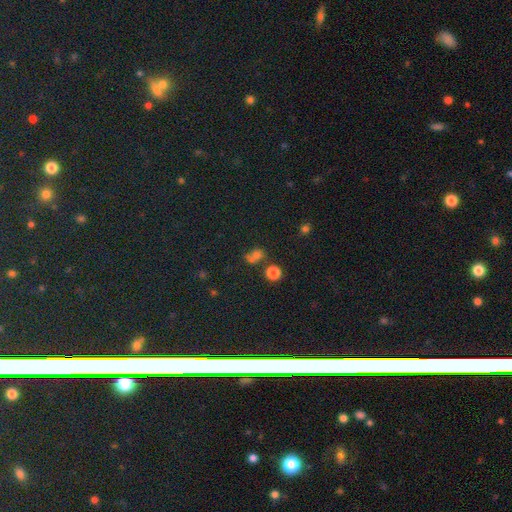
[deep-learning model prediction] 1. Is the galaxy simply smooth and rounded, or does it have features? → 64% smooth, 25% star or artifact, 11% featured or disk.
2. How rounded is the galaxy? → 76% round, 23% in between, 1% cigar-shaped.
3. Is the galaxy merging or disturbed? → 44% none, 40% merger, 10% minor disturbance, 6% major disturbance.